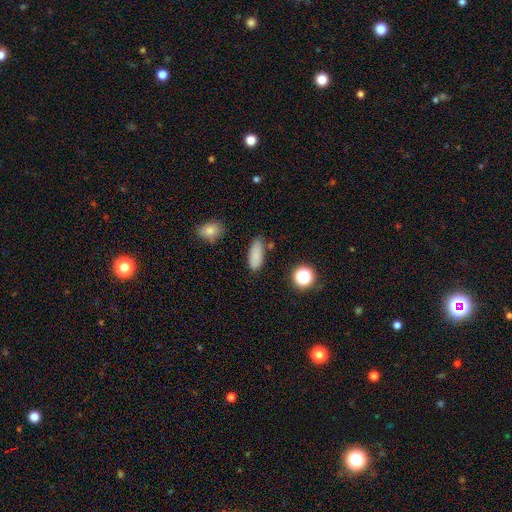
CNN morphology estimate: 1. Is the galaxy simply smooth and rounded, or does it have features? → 84% smooth, 10% star or artifact, 6% featured or disk.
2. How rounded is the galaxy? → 79% in between, 17% cigar-shaped, 4% round.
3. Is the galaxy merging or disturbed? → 79% none, 14% minor disturbance, 4% merger, 3% major disturbance.